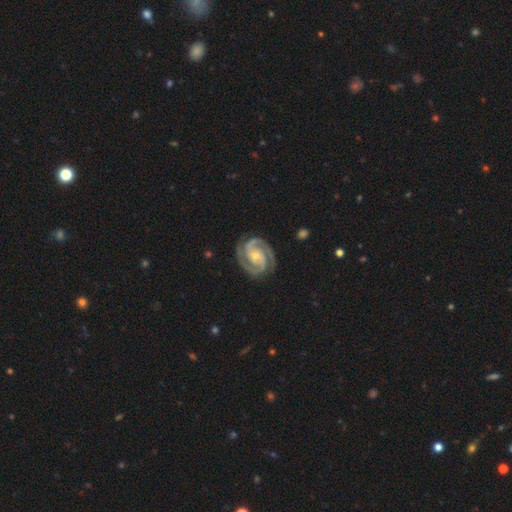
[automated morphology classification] A featured or disk galaxy (94%) with no bar (51%), 2 (87%) tight (62%) spiral arms (99%) and a small central bulge (59%).

Vote fractions:
- Smooth or featured? featured or disk: 94% / star or artifact: 3% / smooth: 3%
- Edge-on disk? no: 98% / yes: 2%
- Bar? no: 51% / weak: 32% / strong: 16%
- Spiral arms? yes: 99% / no: 1%
- Spiral winding? tight: 62% / medium: 35% / loose: 3%
- Spiral arm count? 2: 87% / 3: 7% / can't tell: 2% / 4: 1% / 1: 1% / more than 4: 1%
- Bulge size? small: 59% / moderate: 36% / none: 2% / large: 2% / dominant: 1%
- Merging? none: 84% / minor disturbance: 12% / major disturbance: 3% / merger: 1%